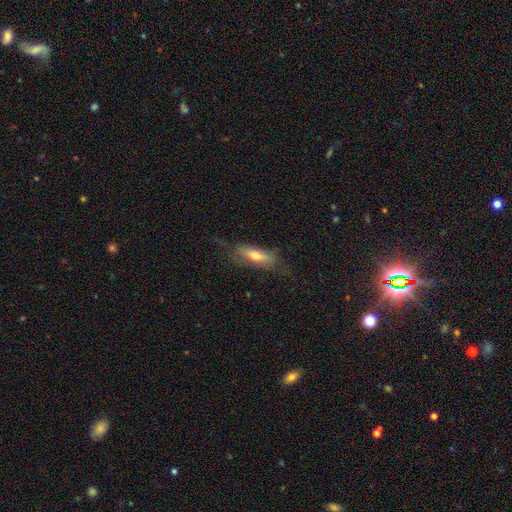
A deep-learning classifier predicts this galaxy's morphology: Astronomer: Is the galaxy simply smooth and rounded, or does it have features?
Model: smooth — 54% (runner-up: featured or disk, 39%).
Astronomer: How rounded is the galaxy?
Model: cigar-shaped — 51% (runner-up: in between, 46%).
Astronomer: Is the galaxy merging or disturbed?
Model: none — 62%.